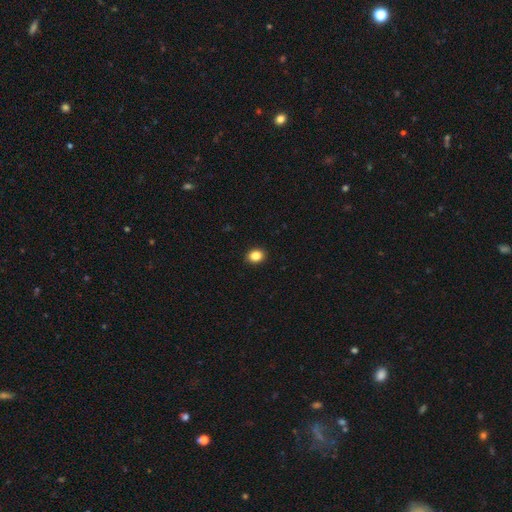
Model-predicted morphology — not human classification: smooth 86%, star or artifact 10%, featured or disk 4%. Down the decision tree: how rounded — round (51%); merging — none (91%).